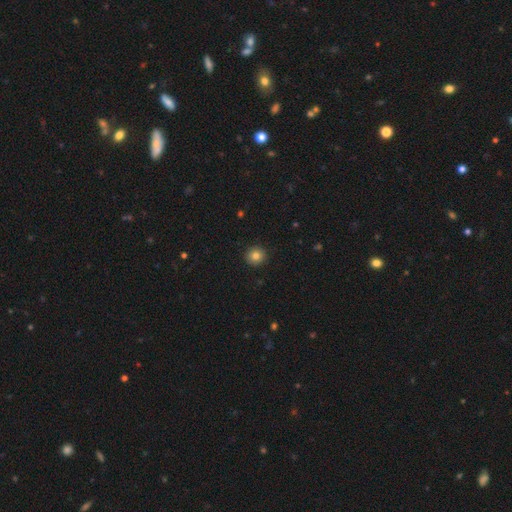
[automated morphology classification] smooth 83%, star or artifact 11%, featured or disk 6%. Down the decision tree: how rounded — round (93%); merging — none (92%).